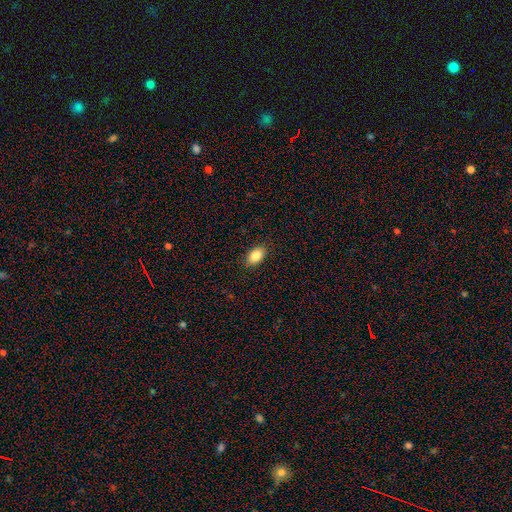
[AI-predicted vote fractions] A smooth galaxy with no disk features (86%) that is in between round and cigar-shaped (90%). Merging: none (89%).